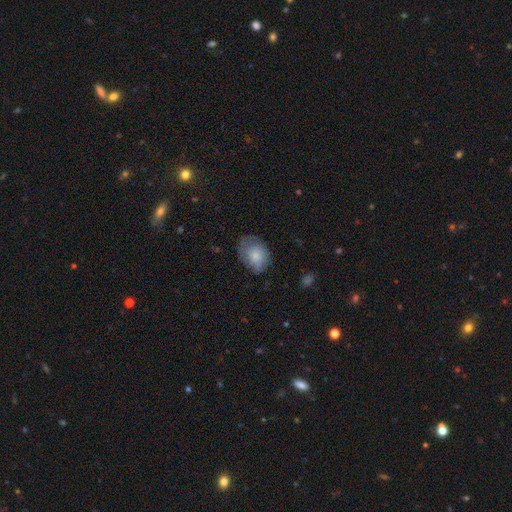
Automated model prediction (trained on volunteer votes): Morphology: type=smooth (77%); roundness=in between (71%); merging=none (55%).